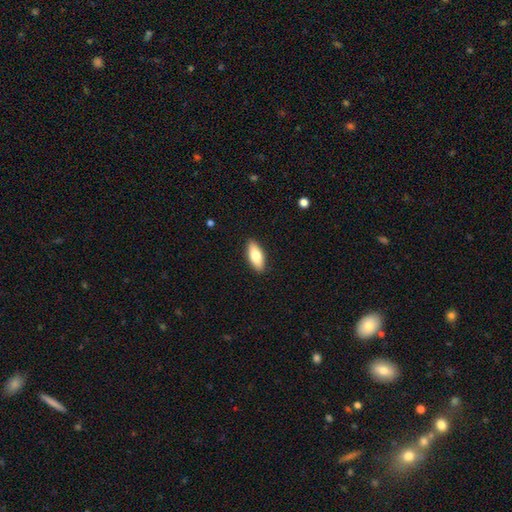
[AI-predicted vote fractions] A smooth galaxy with no disk features (78%) that is in between round and cigar-shaped (81%).

Vote fractions:
- Smooth or featured? smooth: 78% / featured or disk: 16% / star or artifact: 6%
- How rounded? in between: 81% / cigar-shaped: 17% / round: 2%
- Merging? none: 90% / minor disturbance: 8% / major disturbance: 2% / merger: 1%